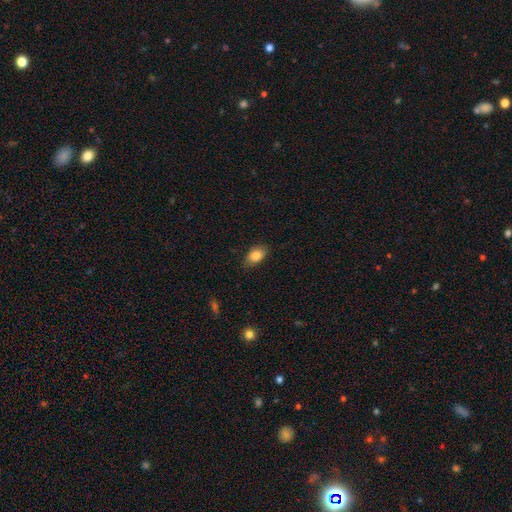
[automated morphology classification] The model was most divided on "merging": none: 77%, minor disturbance: 18%, major disturbance: 4%, merger: 1%. More confident: how rounded — in between (87%); smooth or featured — smooth (84%).